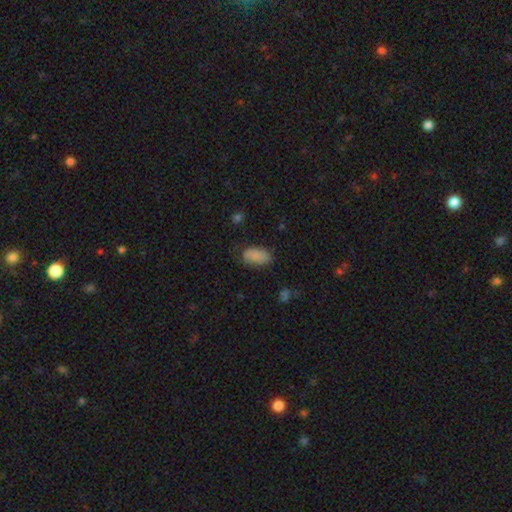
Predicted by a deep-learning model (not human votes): Morphology: type=smooth (84%); roundness=in between (93%); merging=none (67%).